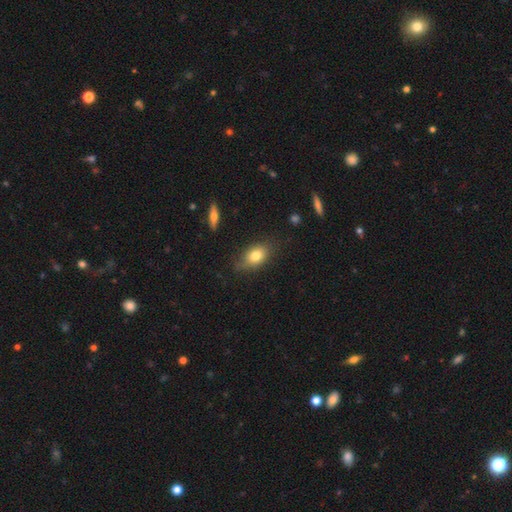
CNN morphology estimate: type=smooth (78%); roundness=in between (82%); merging=none (70%).